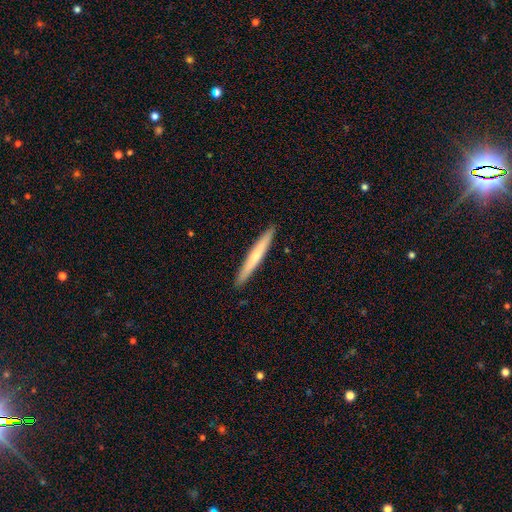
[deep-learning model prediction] Overall: smooth (56%; featured or disk 39%). How rounded: cigar-shaped (97%). Merging: none (93%).